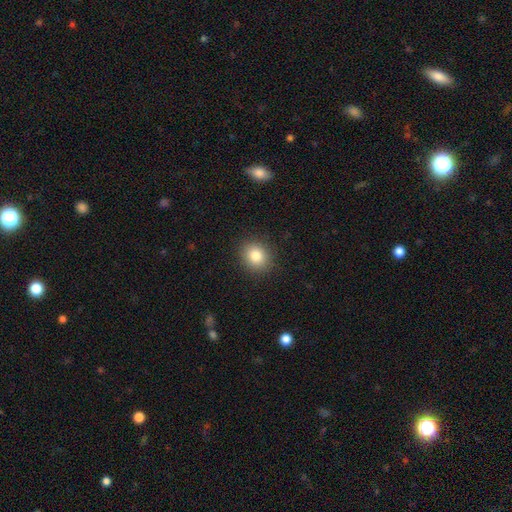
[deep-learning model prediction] Smooth or featured? Predicted: smooth (p=0.83). How rounded? Predicted: round (p=0.71). Merging? Predicted: none (p=0.89).